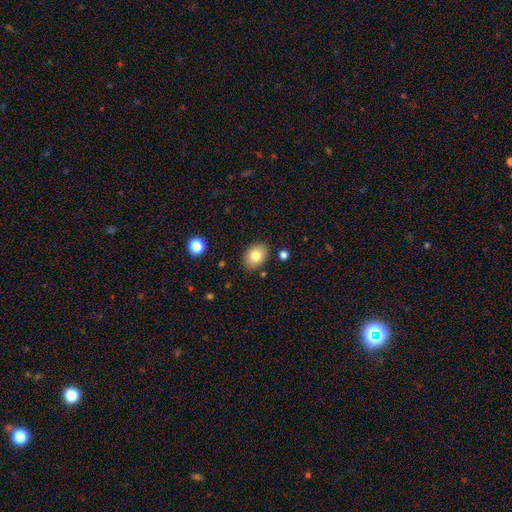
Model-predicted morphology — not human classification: Smooth or featured? smooth (81%)
How rounded? in between (68%)
Merging? none (84%)